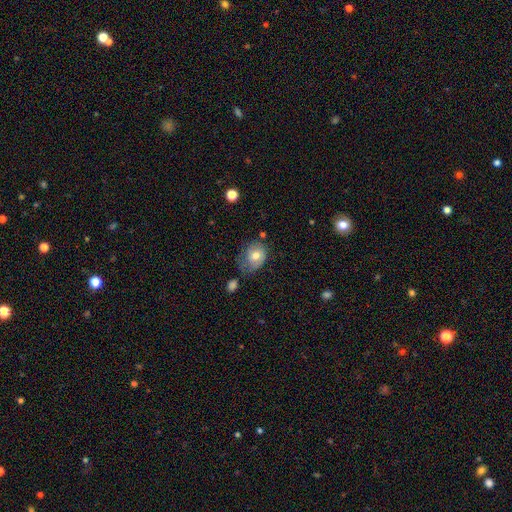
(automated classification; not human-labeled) Smooth or featured? Predicted: smooth (p=0.67). How rounded? Predicted: in between (p=0.54). Merging? Predicted: none (p=0.43).